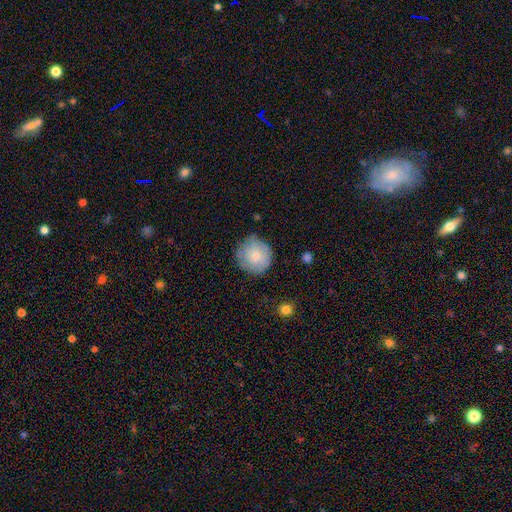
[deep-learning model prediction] The model was most divided on "merging": none: 72%, minor disturbance: 22%, major disturbance: 5%, merger: 2%. More confident: how rounded — round (93%); smooth or featured — smooth (72%).